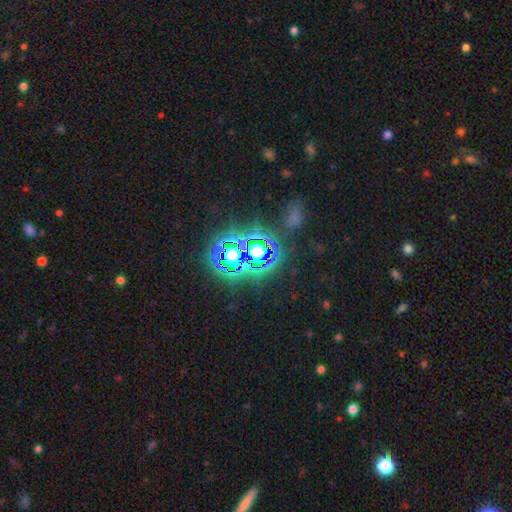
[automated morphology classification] smooth_or_featured: star or artifact (p=0.76) [alt: smooth p=0.14]